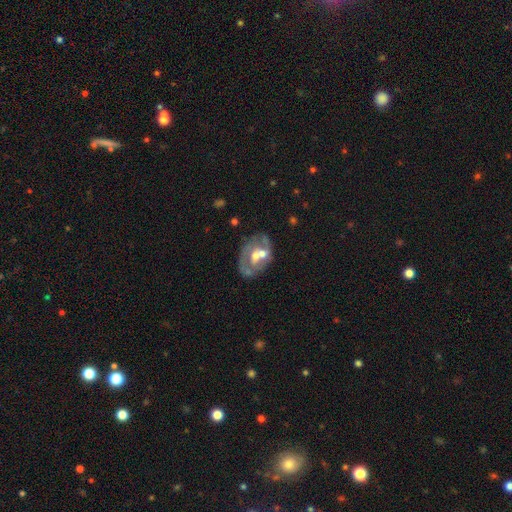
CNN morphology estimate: This is likely a featured or disk galaxy (64%). It is clearly not viewed edge-on (96%). Bar: likely no (72%). Spiral arm pattern: likely no (69%). Central bulge: likely moderate (66%). Merging: marginally none (36%).